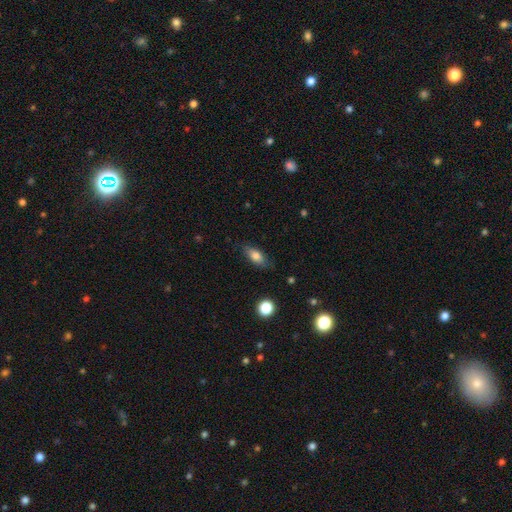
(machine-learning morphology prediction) smooth 76%, featured or disk 16%, star or artifact 8%. Down the decision tree: how rounded — in between (81%); merging — none (78%).